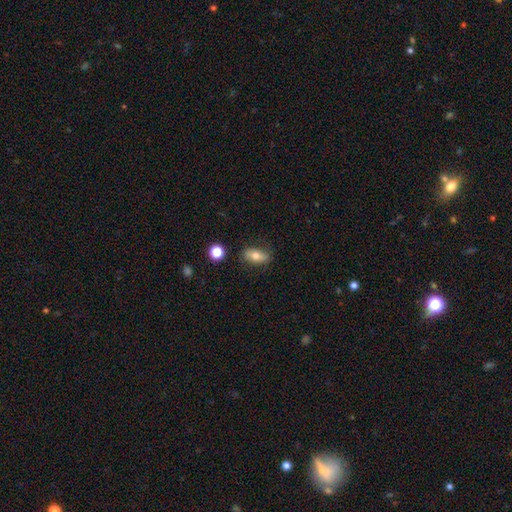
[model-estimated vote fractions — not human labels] The model was most divided on "smooth or featured": smooth: 72%, featured or disk: 20%, star or artifact: 8%. More confident: how rounded — in between (83%); merging — none (80%).